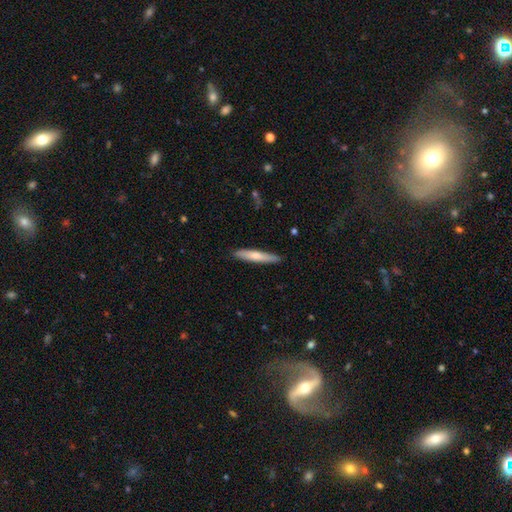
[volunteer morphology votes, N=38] A smooth galaxy with no disk features (66%) that is cigar-shaped (92%). Merging: none (79%).